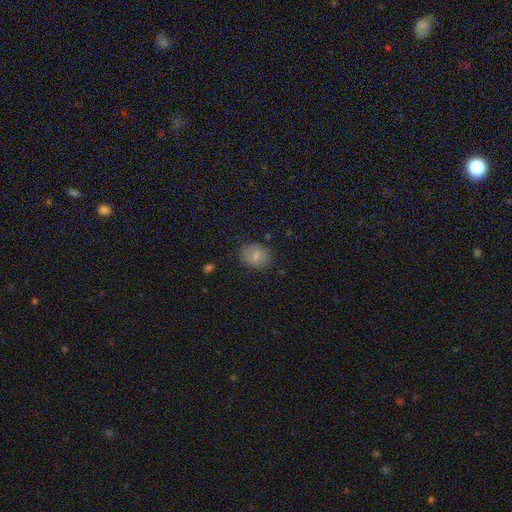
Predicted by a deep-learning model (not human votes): Morphology: type=smooth (76%); roundness=in between (50%); merging=none (81%).